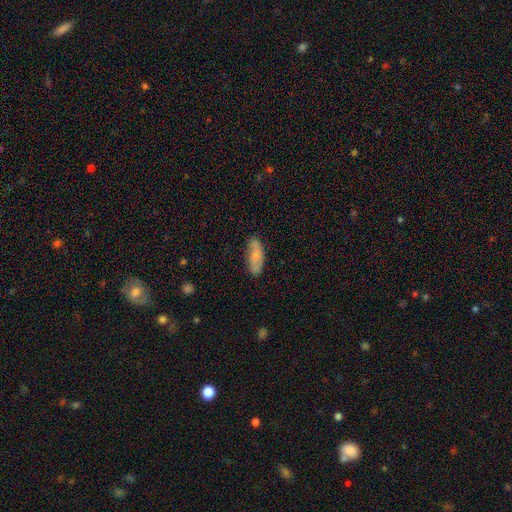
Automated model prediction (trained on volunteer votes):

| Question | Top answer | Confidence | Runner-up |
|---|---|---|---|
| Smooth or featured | smooth | 65% | featured or disk (29%) |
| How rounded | in between | 67% | cigar-shaped (31%) |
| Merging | none | 75% | minor disturbance (19%) |